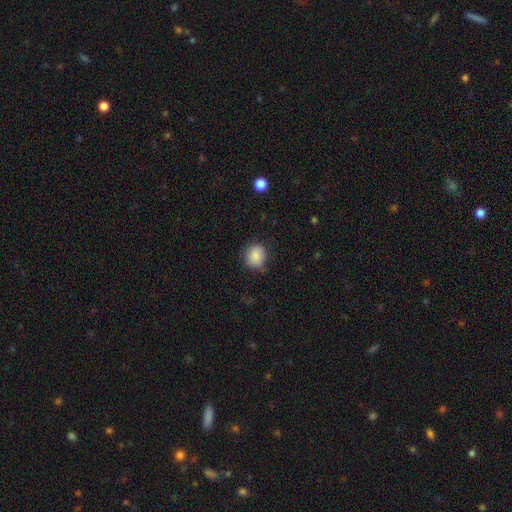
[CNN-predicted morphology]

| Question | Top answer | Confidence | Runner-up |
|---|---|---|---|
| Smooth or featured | smooth | 86% | star or artifact (9%) |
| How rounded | round | 72% | in between (27%) |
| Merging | none | 81% | minor disturbance (14%) |